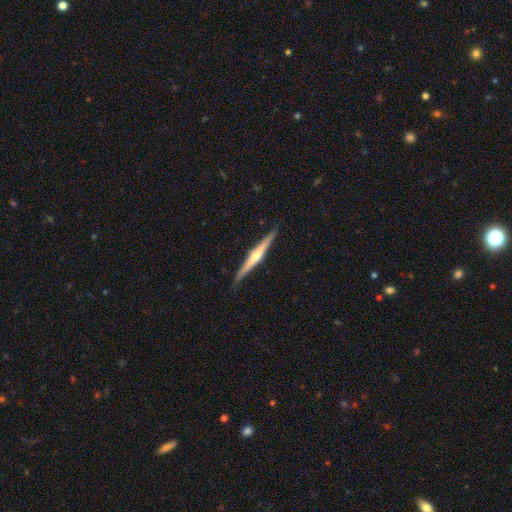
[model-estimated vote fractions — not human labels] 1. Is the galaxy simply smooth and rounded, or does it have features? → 73% featured or disk, 22% smooth, 5% star or artifact.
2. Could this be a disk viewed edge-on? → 98% yes, 2% no.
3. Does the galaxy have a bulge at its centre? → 81% rounded, 12% none, 7% boxy.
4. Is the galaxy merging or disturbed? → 89% none, 9% minor disturbance, 1% major disturbance, 1% merger.